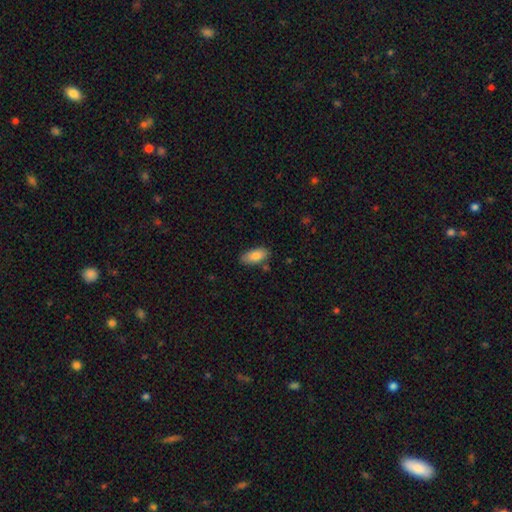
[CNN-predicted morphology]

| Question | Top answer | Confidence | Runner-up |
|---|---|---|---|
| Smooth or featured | smooth | 85% | featured or disk (8%) |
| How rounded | in between | 90% | cigar-shaped (8%) |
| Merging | none | 81% | minor disturbance (13%) |